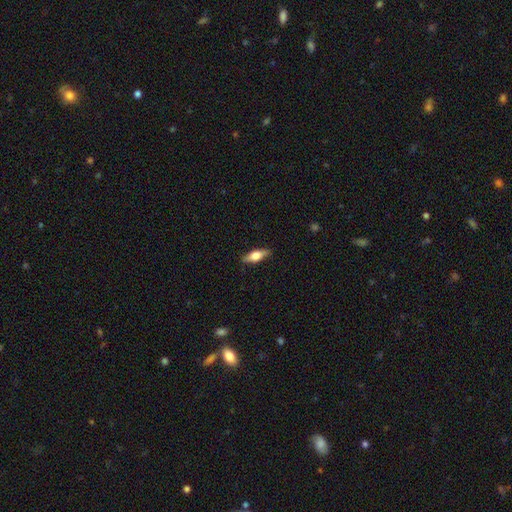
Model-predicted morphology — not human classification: This is possibly a smooth galaxy (54%). How rounded: likely in between (61%). Merging: clearly none (87%).